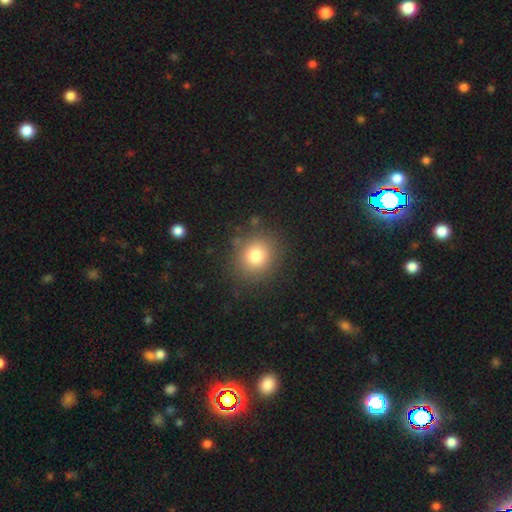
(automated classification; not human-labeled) smooth_or_featured: smooth (p=0.78) [alt: star or artifact p=0.12]
how_rounded: round (p=0.83) [alt: in between p=0.16]
merging: none (p=0.85) [alt: minor disturbance p=0.09]